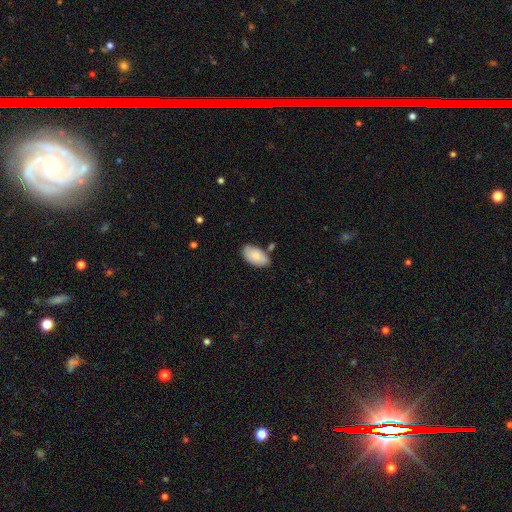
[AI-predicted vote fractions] smooth-or-featured: smooth: 83% | featured or disk: 11% | star or artifact: 6%
  how-rounded: in between: 95% | round: 3% | cigar-shaped: 2%
  merging: none: 73% | minor disturbance: 17% | merger: 7% | major disturbance: 3%